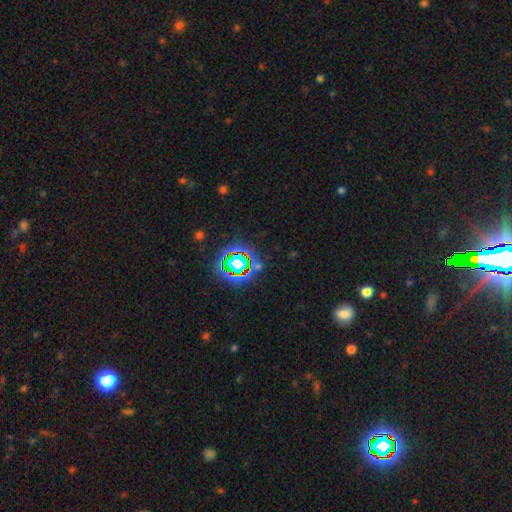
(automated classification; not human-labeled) Morphology: type=star or artifact (74%).